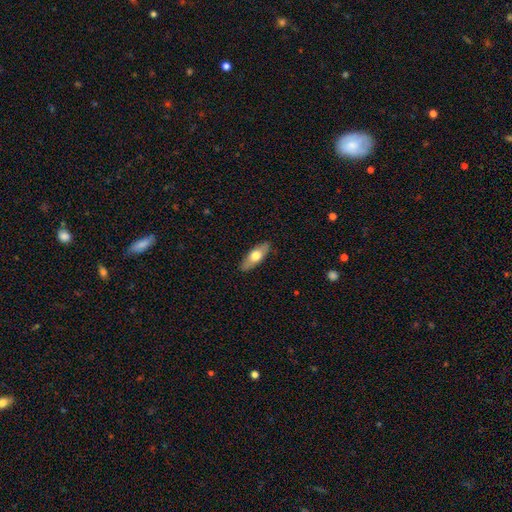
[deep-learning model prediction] A smooth galaxy with no disk features (61%) that is in between round and cigar-shaped (70%).

Vote fractions:
- Smooth or featured? smooth: 61% / featured or disk: 33% / star or artifact: 5%
- How rounded? in between: 70% / cigar-shaped: 27% / round: 3%
- Merging? none: 87% / minor disturbance: 10% / major disturbance: 2% / merger: 1%